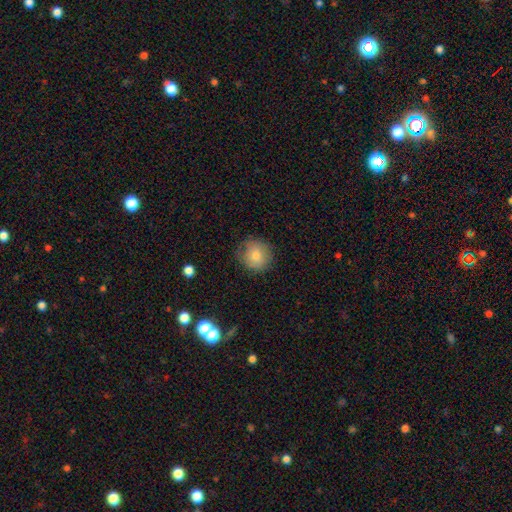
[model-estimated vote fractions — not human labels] The model was most divided on "merging": none: 79%, minor disturbance: 15%, major disturbance: 4%, merger: 2%. More confident: how rounded — round (90%); smooth or featured — smooth (77%).